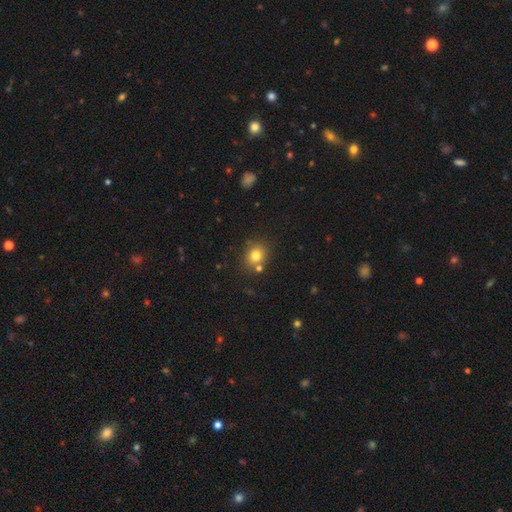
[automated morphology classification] This is likely a smooth galaxy (78%). How rounded: likely round (74%). Merging: likely none (73%).